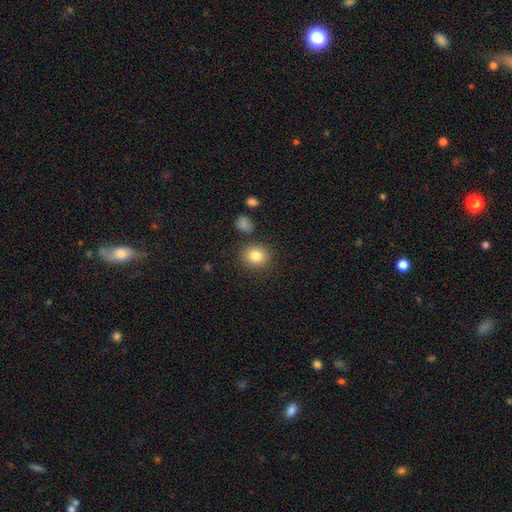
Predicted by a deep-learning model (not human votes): Smooth or featured? Predicted: smooth (p=0.84). How rounded? Predicted: round (p=0.80). Merging? Predicted: none (p=0.85).